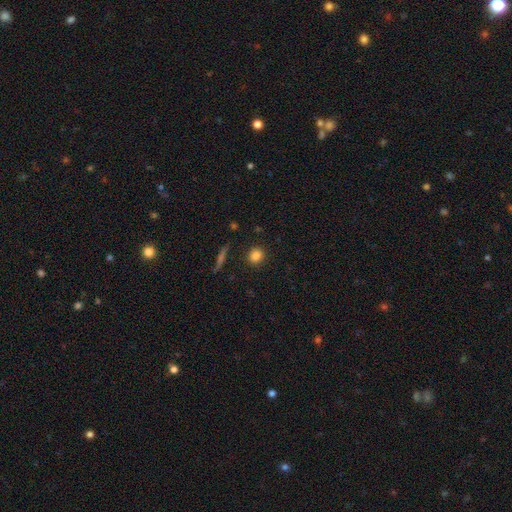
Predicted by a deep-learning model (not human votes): A smooth galaxy with no disk features (84%) that is round (83%). Merging: none (89%).